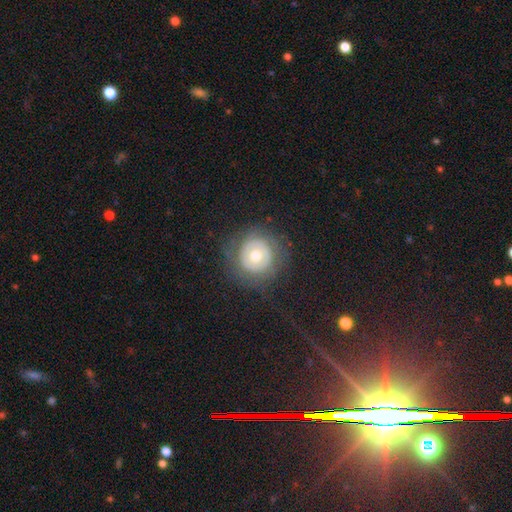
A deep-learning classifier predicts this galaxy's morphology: The model was most divided on "smooth or featured": smooth: 46%, featured or disk: 45%, star or artifact: 10%. More confident: merging — none (77%).